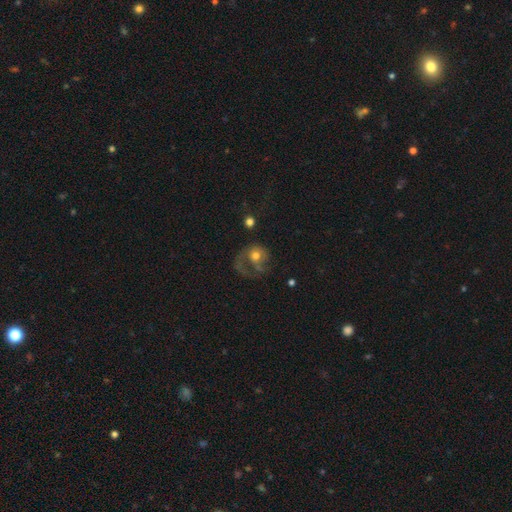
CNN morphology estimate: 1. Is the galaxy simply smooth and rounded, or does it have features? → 46% featured or disk, 45% smooth, 9% star or artifact.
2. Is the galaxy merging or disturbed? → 56% major disturbance, 24% none, 14% minor disturbance, 5% merger.